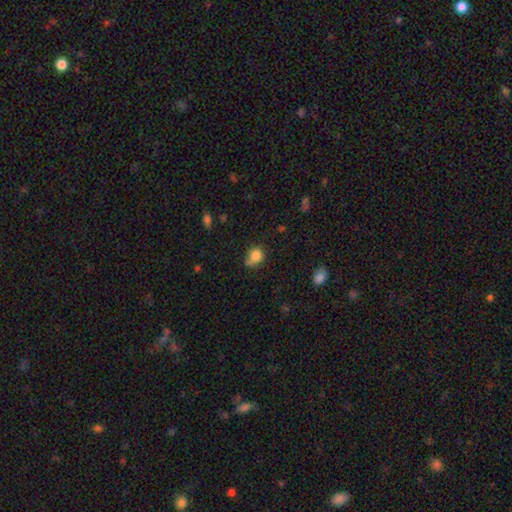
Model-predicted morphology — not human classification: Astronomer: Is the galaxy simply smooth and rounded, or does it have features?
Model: smooth — 81%.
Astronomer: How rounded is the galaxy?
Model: round — 63%.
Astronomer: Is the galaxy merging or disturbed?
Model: none — 48% (runner-up: minor disturbance, 30%).